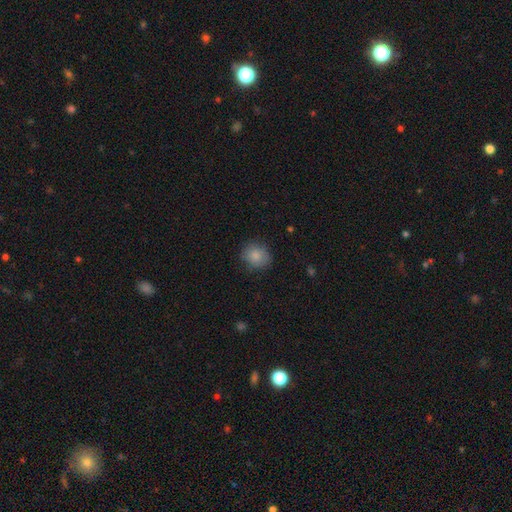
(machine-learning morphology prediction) type=smooth (85%); roundness=round (79%); merging=none (81%).